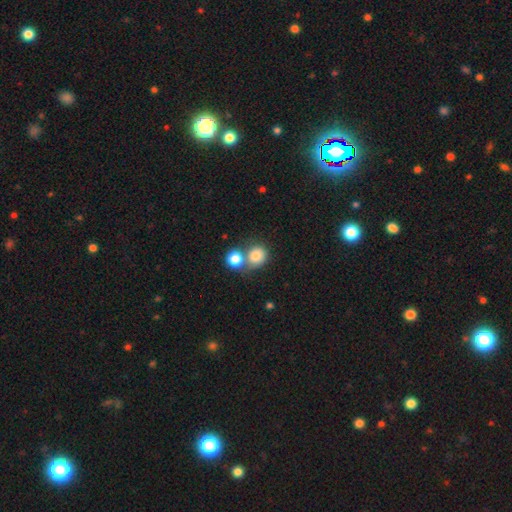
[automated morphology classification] Q: Smooth or featured?
A: smooth (80%); runner-up: star or artifact (11%)
Q: How rounded?
A: round (80%); runner-up: in between (19%)
Q: Merging?
A: none (45%); runner-up: merger (43%)